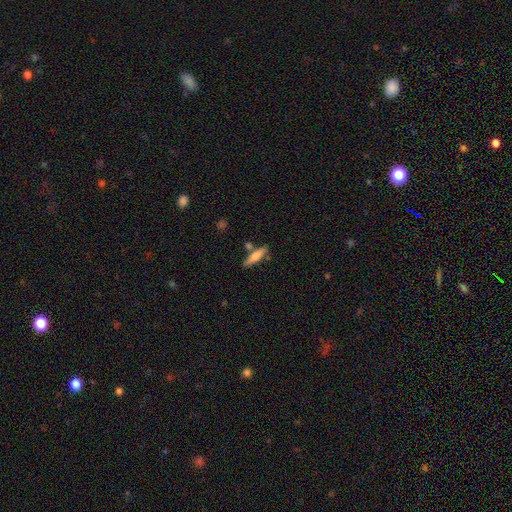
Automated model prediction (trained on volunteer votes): Overall: smooth (68%). How rounded: cigar-shaped (73%). Merging: none (73%).